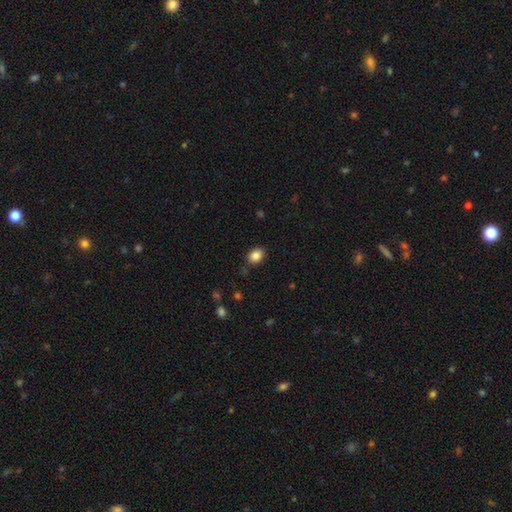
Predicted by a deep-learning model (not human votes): smooth_or_featured: smooth (p=0.86) [alt: star or artifact p=0.10]
how_rounded: in between (p=0.59) [alt: round p=0.40]
merging: none (p=0.84) [alt: minor disturbance p=0.11]